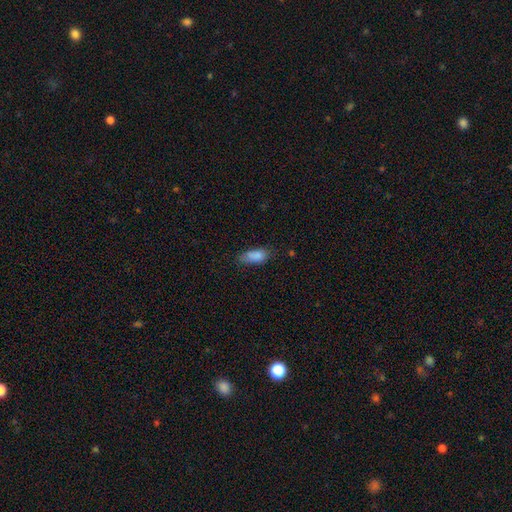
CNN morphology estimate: smooth 84%, star or artifact 9%, featured or disk 7%. Down the decision tree: how rounded — in between (82%); merging — none (56%).